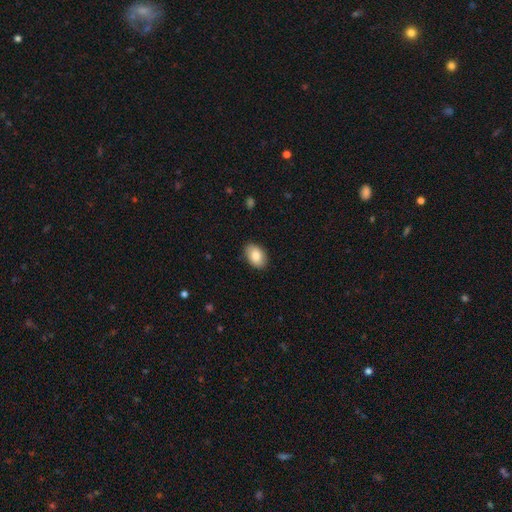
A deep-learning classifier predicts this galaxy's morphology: This is clearly a smooth galaxy (84%). How rounded: clearly in between (88%). Merging: clearly none (88%).